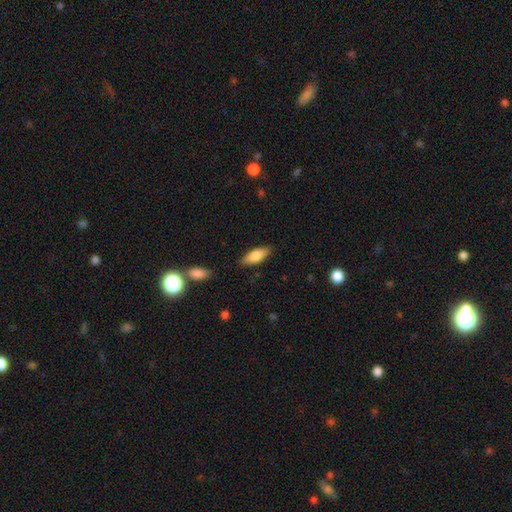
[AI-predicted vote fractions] smooth_or_featured: smooth (p=0.80) [alt: featured or disk p=0.14]
how_rounded: in between (p=0.73) [alt: cigar-shaped p=0.25]
merging: none (p=0.84) [alt: minor disturbance p=0.11]